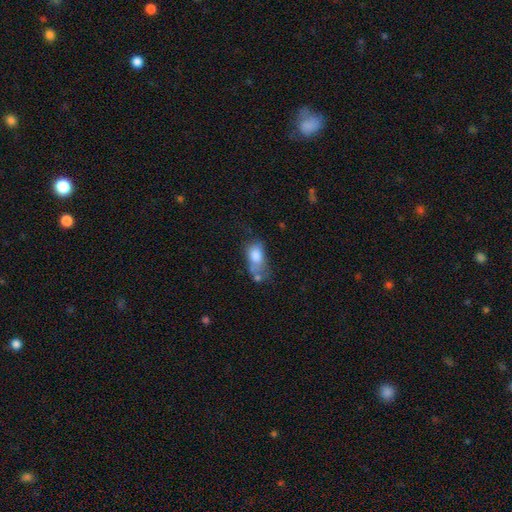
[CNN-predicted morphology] Overall: smooth (74%). How rounded: in between (86%). Merging: none (28%; minor disturbance 27%).